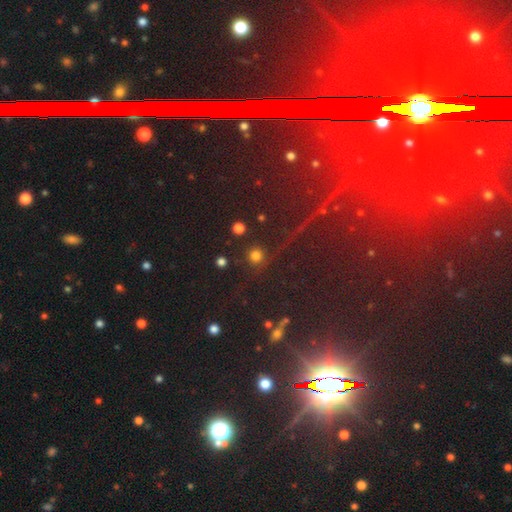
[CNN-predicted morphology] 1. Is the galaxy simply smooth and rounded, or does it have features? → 75% smooth, 20% star or artifact, 5% featured or disk.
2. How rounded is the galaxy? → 95% round, 4% in between, 1% cigar-shaped.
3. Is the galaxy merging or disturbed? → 86% none, 7% minor disturbance, 4% merger, 3% major disturbance.